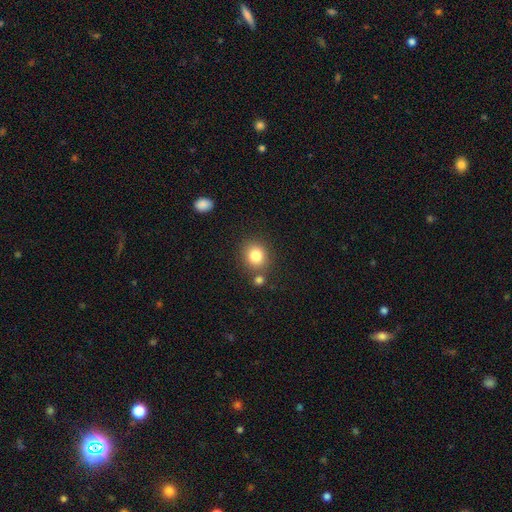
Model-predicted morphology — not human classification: Smooth or featured? Predicted: smooth (p=0.83). How rounded? Predicted: round (p=0.79). Merging? Predicted: none (p=0.74).